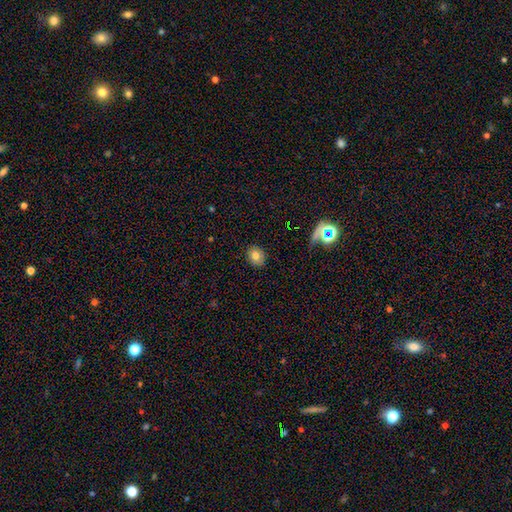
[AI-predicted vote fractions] smooth 76%, featured or disk 13%, star or artifact 11%. Down the decision tree: how rounded — round (63%); merging — none (88%).